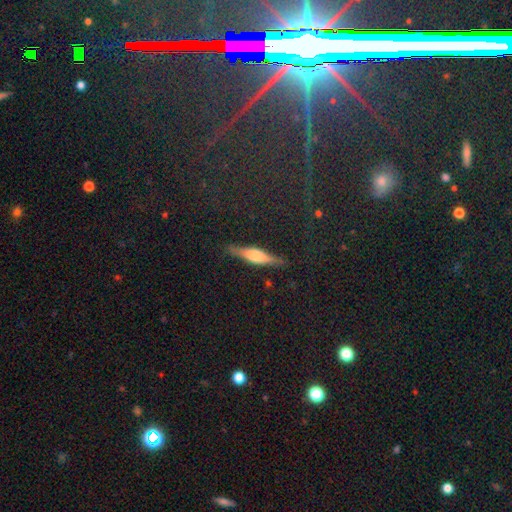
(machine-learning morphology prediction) Smooth or featured? featured or disk (57%)
Edge-on disk? yes (93%)
Edge-on bulge? rounded (60%)
Merging? none (82%)